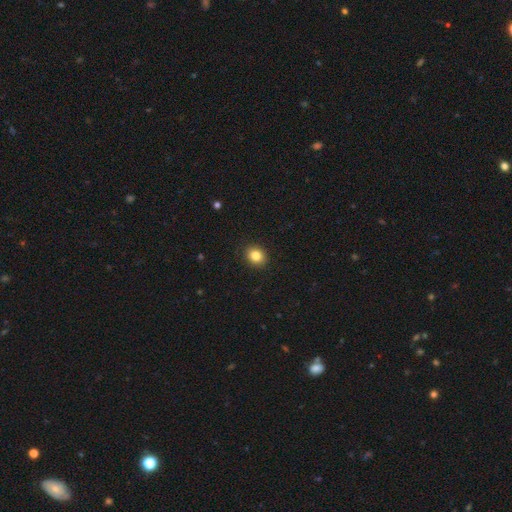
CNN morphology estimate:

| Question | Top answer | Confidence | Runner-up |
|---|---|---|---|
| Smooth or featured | smooth | 84% | star or artifact (10%) |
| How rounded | round | 62% | in between (37%) |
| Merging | none | 91% | minor disturbance (7%) |